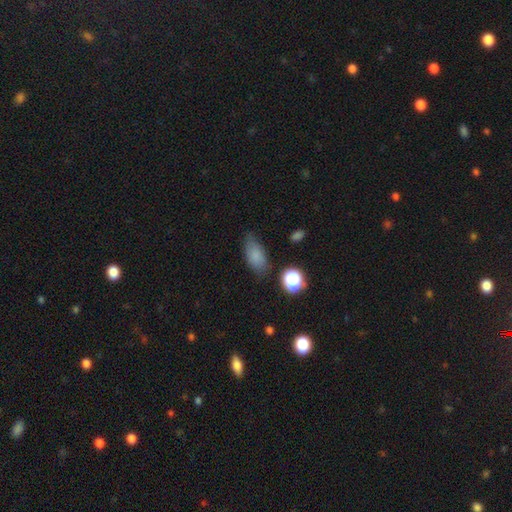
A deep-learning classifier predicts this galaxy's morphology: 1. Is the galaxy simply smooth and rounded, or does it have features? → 78% smooth, 12% star or artifact, 10% featured or disk.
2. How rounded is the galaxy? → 86% in between, 8% round, 6% cigar-shaped.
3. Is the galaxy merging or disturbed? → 68% none, 23% minor disturbance, 6% major disturbance, 3% merger.